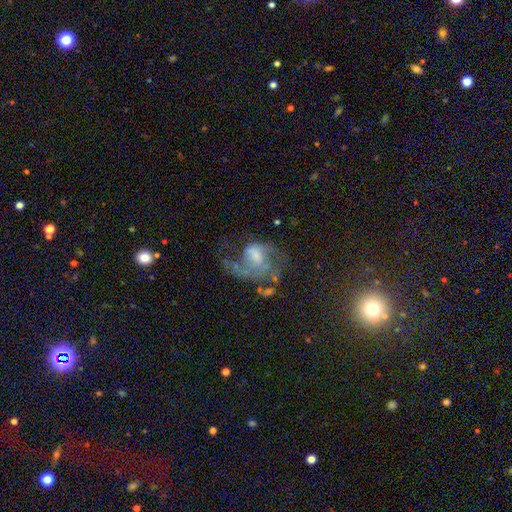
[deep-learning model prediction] The model was most divided on "spiral winding": loose: 44%, medium: 41%, tight: 15%. Remaining: edge-on disk — no (97%); spiral arms — yes (82%); smooth or featured — featured or disk (71%); bar — no (54%); merging — major disturbance (40%); spiral arm count — 2 (38%); bulge size — moderate (38%).